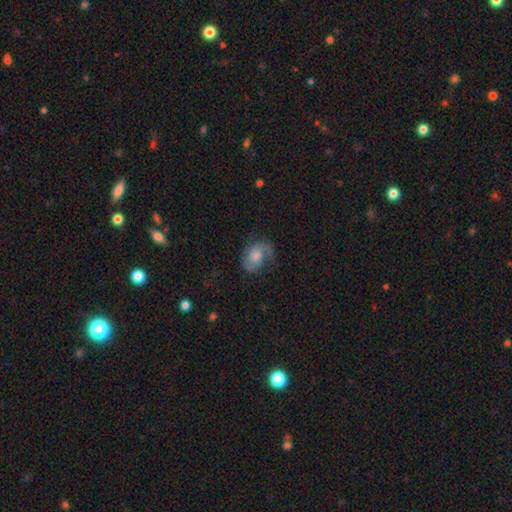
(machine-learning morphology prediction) featured or disk 57%, smooth 35%, star or artifact 8%. Down the decision tree: edge-on disk — no (97%); bar — no (70%); spiral arms — yes (87%); bulge size — moderate (35%); merging — none (56%).